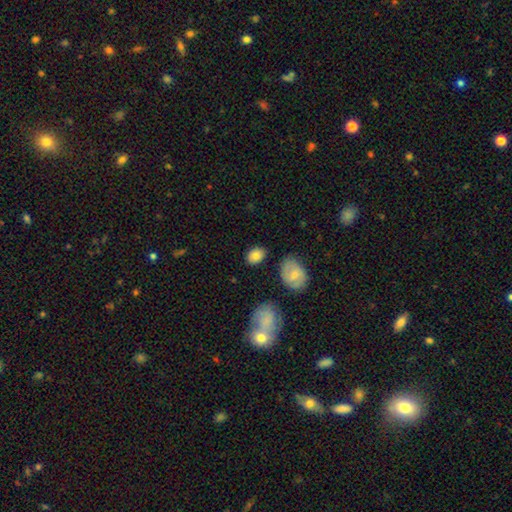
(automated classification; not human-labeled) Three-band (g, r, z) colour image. It shows a smooth galaxy with no disk features (82%) that is in between round and cigar-shaped (79%). Merging: none (80%).